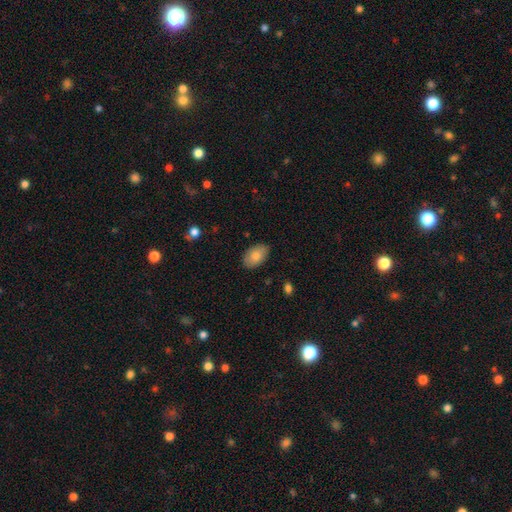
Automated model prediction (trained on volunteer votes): A smooth galaxy with no disk features (81%) that is in between round and cigar-shaped (91%).

Vote fractions:
- Smooth or featured? smooth: 81% / featured or disk: 13% / star or artifact: 6%
- How rounded? in between: 91% / round: 8% / cigar-shaped: 1%
- Merging? none: 84% / minor disturbance: 13% / major disturbance: 2% / merger: 1%